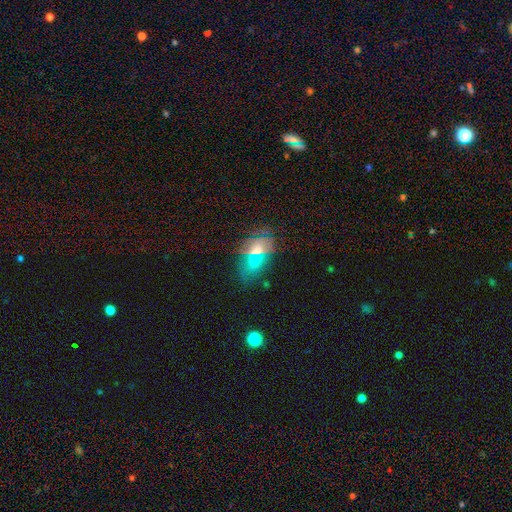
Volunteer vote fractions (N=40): Smooth or featured? 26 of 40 (65%) said smooth. How rounded? 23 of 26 (88%) said in between. Merging? 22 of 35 (63%) said none.